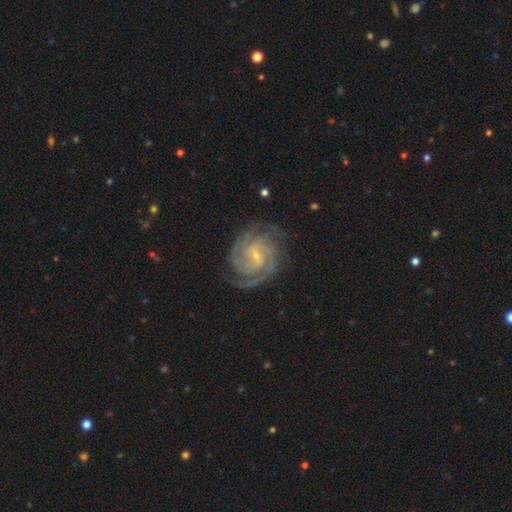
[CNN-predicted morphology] featured or disk 91%, star or artifact 5%, smooth 4%. Down the decision tree: edge-on disk — no (98%); bar — weak (45%); spiral arms — yes (98%); spiral arm count — 3 (28%); spiral winding — tight (68%); bulge size — small (80%); merging — none (79%).